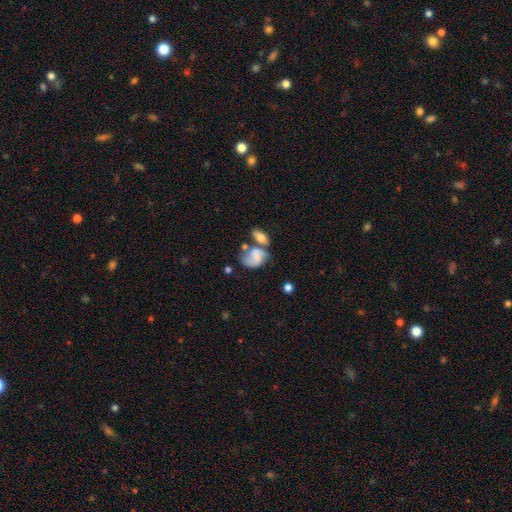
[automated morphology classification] This appears to be a smooth galaxy with no disk features (48%). Merging: none (32%).